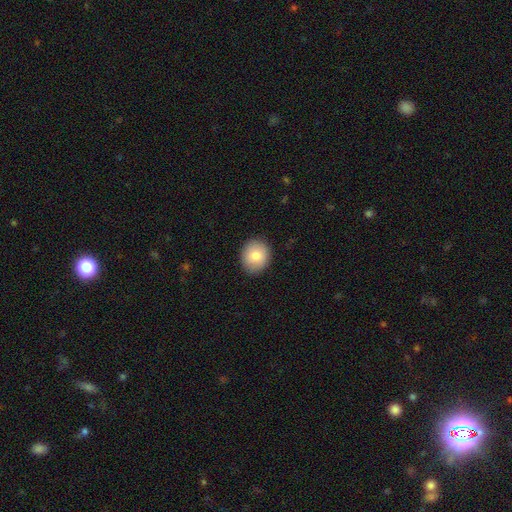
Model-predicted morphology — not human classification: Smooth or featured? smooth (80%)
How rounded? round (77%)
Merging? none (89%)